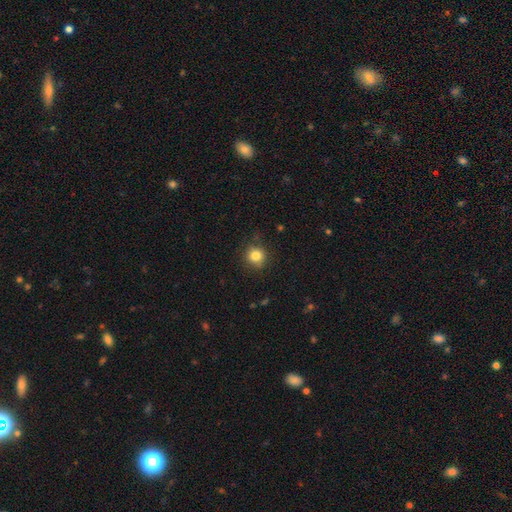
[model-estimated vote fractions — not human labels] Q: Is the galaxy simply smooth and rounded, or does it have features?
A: smooth — 83%.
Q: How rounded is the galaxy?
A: round — 91%.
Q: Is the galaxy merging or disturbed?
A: none — 85%.